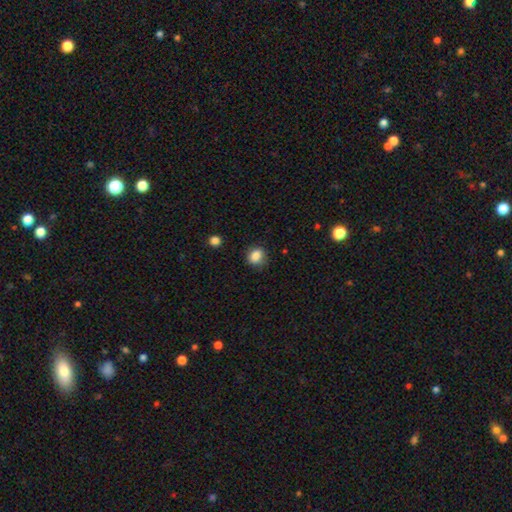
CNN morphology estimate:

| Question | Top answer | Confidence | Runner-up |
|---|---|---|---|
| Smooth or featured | smooth | 85% | star or artifact (10%) |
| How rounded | round | 65% | in between (34%) |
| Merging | none | 81% | minor disturbance (14%) |